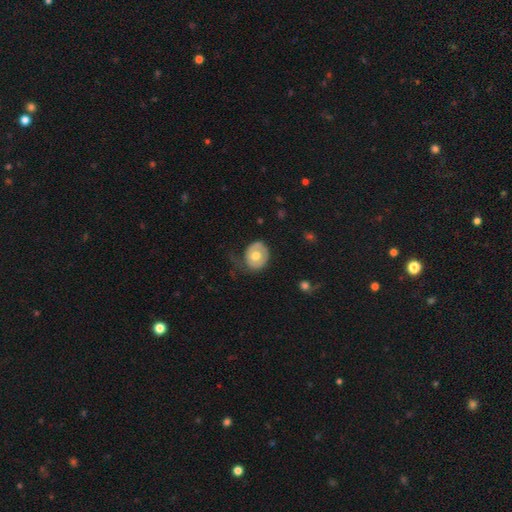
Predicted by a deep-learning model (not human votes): Morphology: type=smooth (58%); roundness=round (62%); merging=none (49%).